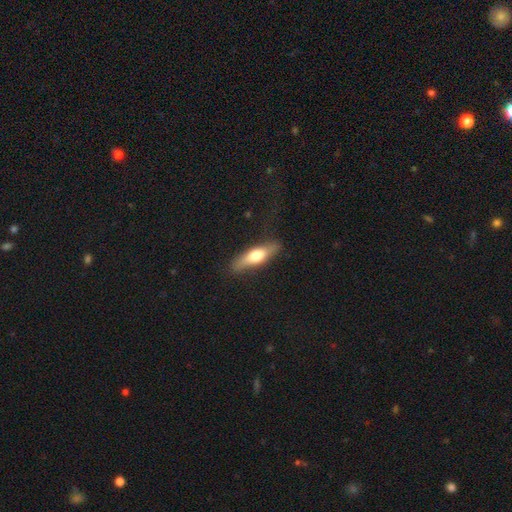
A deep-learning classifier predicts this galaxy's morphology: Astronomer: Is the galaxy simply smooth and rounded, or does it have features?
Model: smooth — 57% (runner-up: featured or disk, 37%).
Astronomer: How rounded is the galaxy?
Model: cigar-shaped — 61% (runner-up: in between, 37%).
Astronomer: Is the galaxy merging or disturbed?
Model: none — 81%.